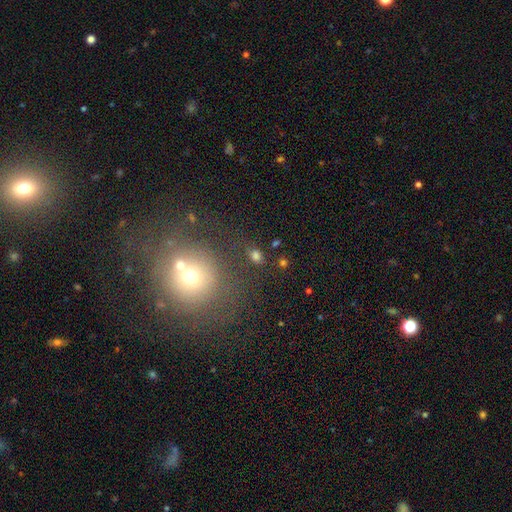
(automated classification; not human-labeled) Smooth or featured? Predicted: smooth (p=0.75). How rounded? Predicted: in between (p=0.59). Merging? Predicted: none (p=0.75).